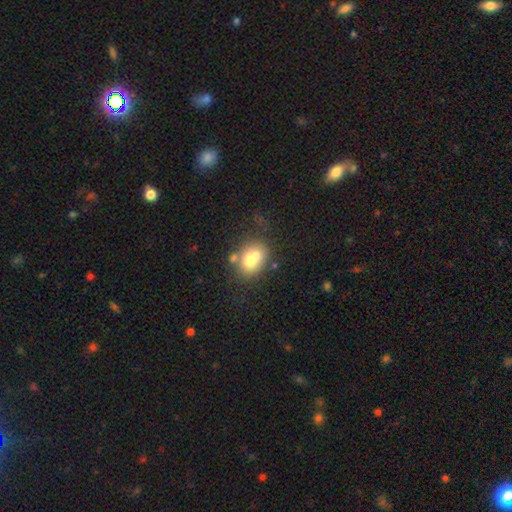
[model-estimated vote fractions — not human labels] Smooth or featured: smooth — 65% (featured or disk — 25%)
How rounded: round — 53% (in between — 46%)
Merging: merger — 45% (none — 39%)